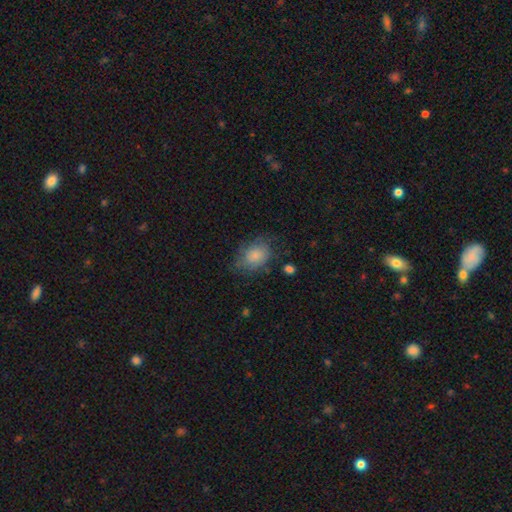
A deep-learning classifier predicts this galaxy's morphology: The model was most divided on "merging": none: 57%, minor disturbance: 27%, major disturbance: 13%, merger: 3%. More confident: smooth or featured — smooth (75%); how rounded — in between (67%).